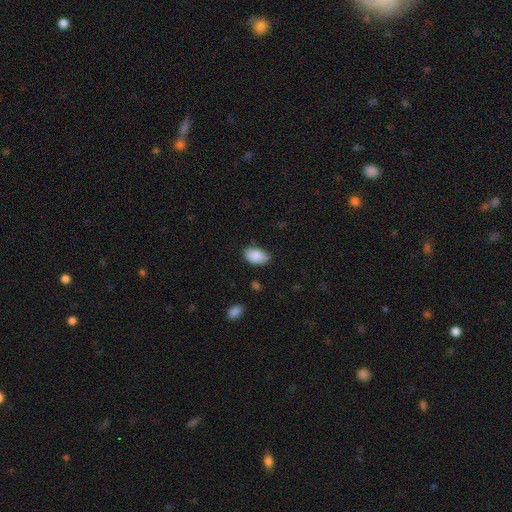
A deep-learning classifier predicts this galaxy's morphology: This is clearly a smooth galaxy (88%). How rounded: clearly in between (93%). Merging: likely none (75%).